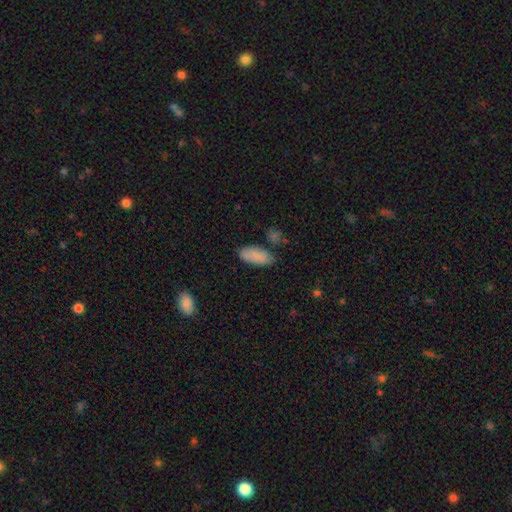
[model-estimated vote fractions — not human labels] Smooth or featured?
  - smooth: 86% *
  - featured or disk: 8%
  - star or artifact: 7%
How rounded?
  - in between: 91% *
  - cigar-shaped: 7%
  - round: 2%
Merging?
  - none: 72% *
  - minor disturbance: 19%
  - merger: 5%
  - major disturbance: 4%